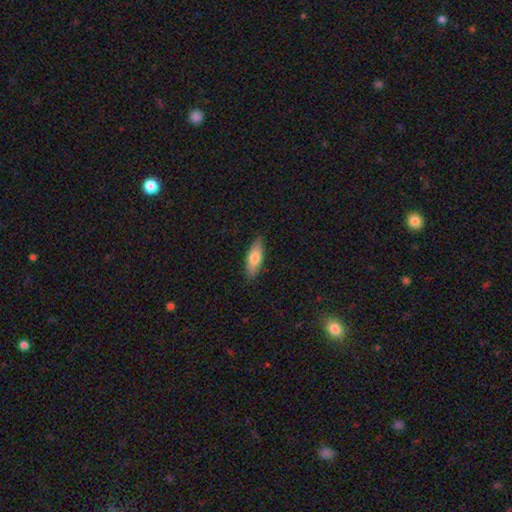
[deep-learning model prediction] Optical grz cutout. It shows a smooth galaxy with no disk features (70%) that is in between round and cigar-shaped (59%). Merging: none (88%).